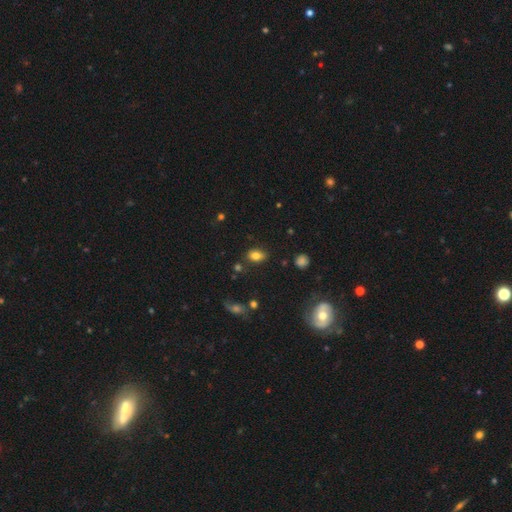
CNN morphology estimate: This is likely a smooth galaxy (80%). How rounded: likely in between (79%). Merging: likely none (77%).